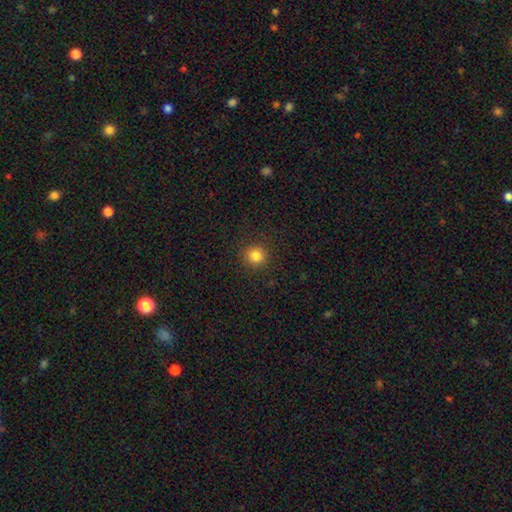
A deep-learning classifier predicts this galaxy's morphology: Q: Smooth or featured?
A: smooth (83%); runner-up: star or artifact (12%)
Q: How rounded?
A: round (93%); runner-up: in between (6%)
Q: Merging?
A: none (91%); runner-up: minor disturbance (6%)